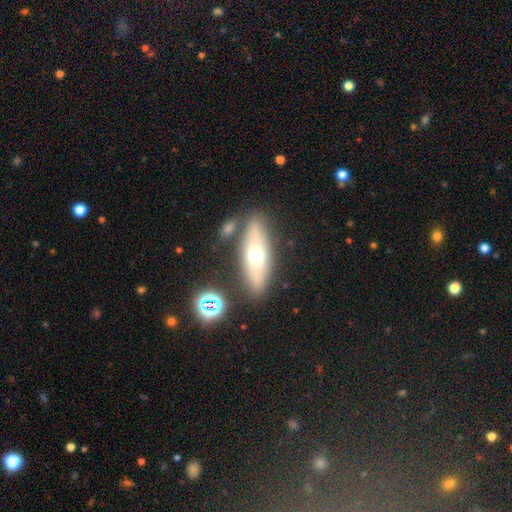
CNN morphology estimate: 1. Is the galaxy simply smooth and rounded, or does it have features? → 55% smooth, 36% featured or disk, 9% star or artifact.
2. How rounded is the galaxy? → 55% in between, 41% cigar-shaped, 4% round.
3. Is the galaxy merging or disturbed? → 78% none, 11% minor disturbance, 7% merger, 4% major disturbance.